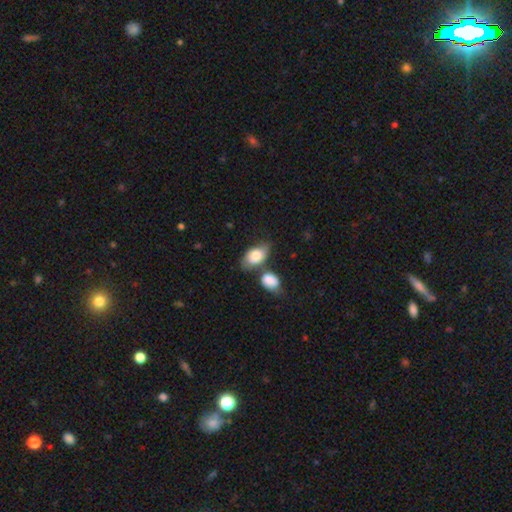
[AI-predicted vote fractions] This appears to be a smooth galaxy with no disk features (76%) that is in between round and cigar-shaped (90%). Merging: none (43%).